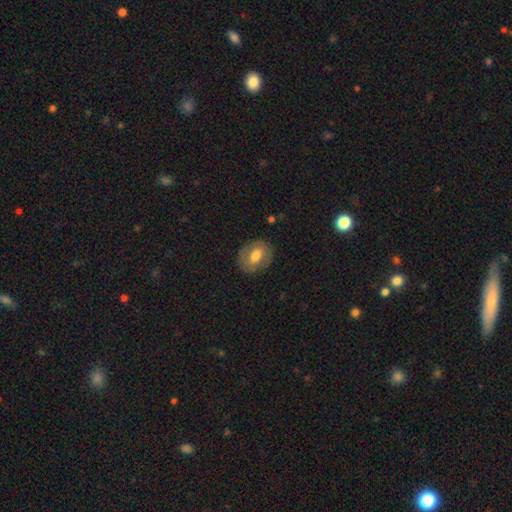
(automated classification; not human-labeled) smooth_or_featured: smooth (p=0.63) [alt: featured or disk p=0.29]
how_rounded: in between (p=0.52) [alt: round p=0.47]
merging: none (p=0.83) [alt: minor disturbance p=0.12]